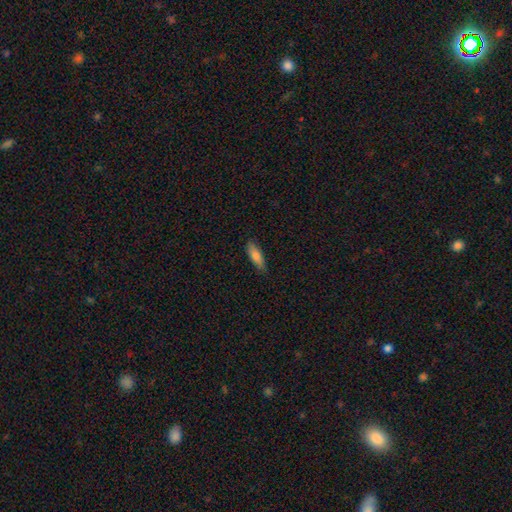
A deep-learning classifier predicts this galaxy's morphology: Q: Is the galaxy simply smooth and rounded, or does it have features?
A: smooth — 81%.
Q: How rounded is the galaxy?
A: in between — 55%.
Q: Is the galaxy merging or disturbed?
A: none — 84%.